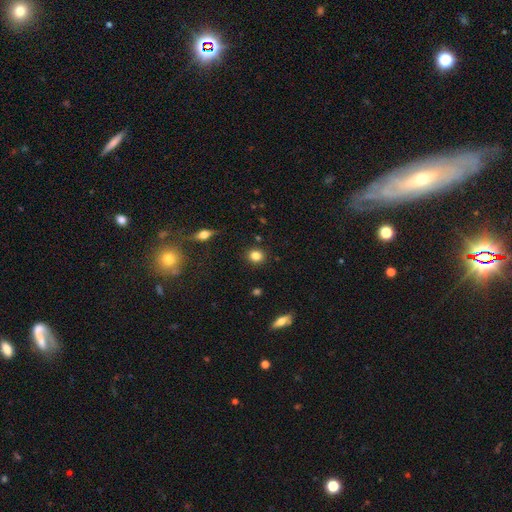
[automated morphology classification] Smooth or featured? Predicted: smooth (p=0.83). How rounded? Predicted: round (p=0.80). Merging? Predicted: none (p=0.90).